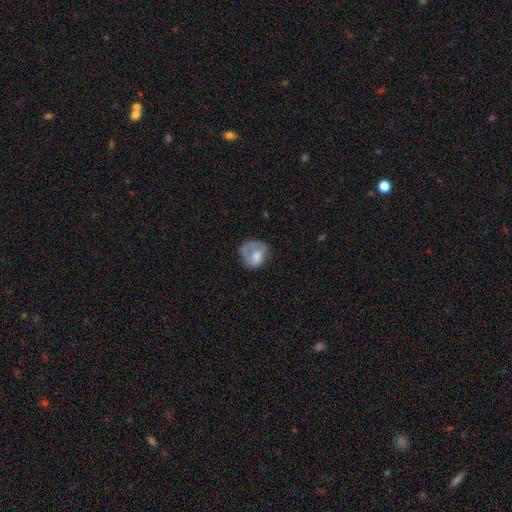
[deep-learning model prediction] A smooth galaxy with no disk features (61%) that is round (65%). Merging: none (39%).